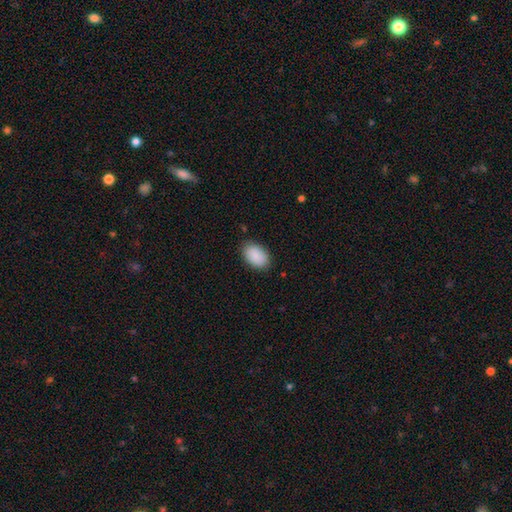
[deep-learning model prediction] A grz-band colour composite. It shows a smooth galaxy with no disk features (89%) that is in between round and cigar-shaped (91%). Merging: none (85%).